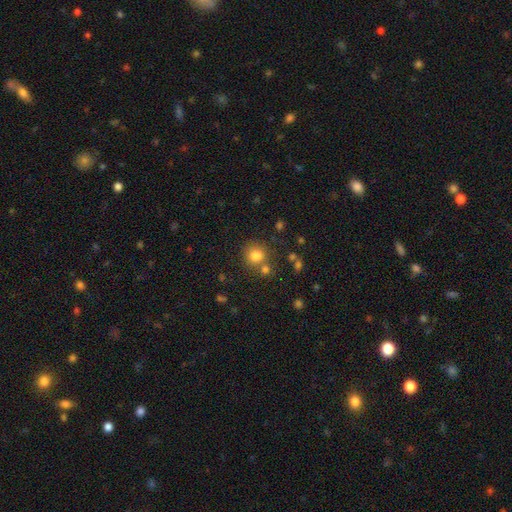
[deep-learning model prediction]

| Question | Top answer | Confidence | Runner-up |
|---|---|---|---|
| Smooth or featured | smooth | 80% | star or artifact (13%) |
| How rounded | round | 80% | in between (19%) |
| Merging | none | 64% | merger (20%) |